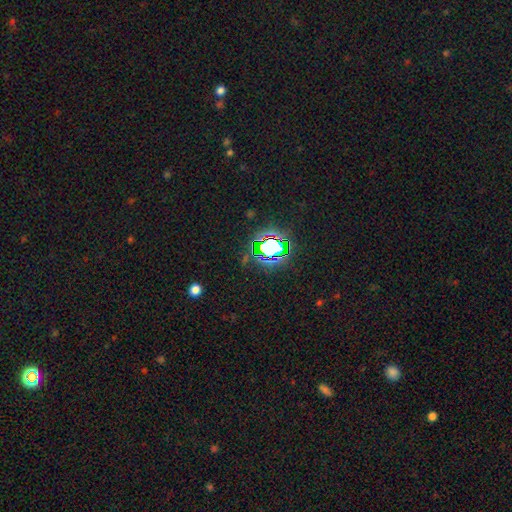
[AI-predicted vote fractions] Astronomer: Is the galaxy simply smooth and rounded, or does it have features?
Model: star or artifact — 81%.